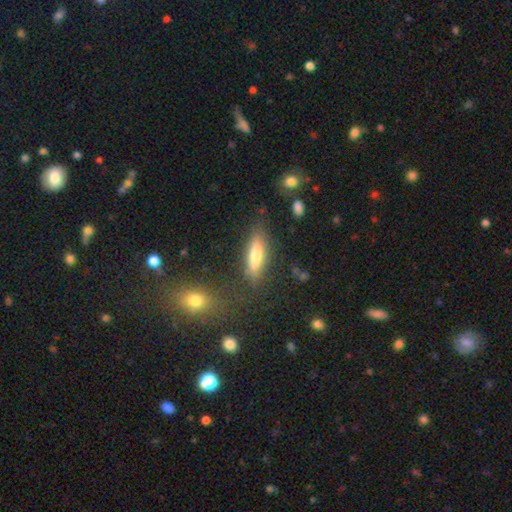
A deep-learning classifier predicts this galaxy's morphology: This appears to be a smooth galaxy with no disk features (63%) that is cigar-shaped (67%). Merging: none (78%).